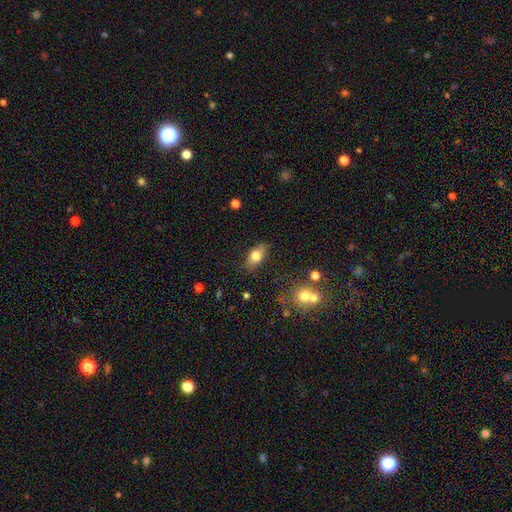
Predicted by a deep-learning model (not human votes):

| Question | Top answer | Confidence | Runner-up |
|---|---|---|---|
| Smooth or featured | smooth | 70% | featured or disk (22%) |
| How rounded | in between | 84% | cigar-shaped (10%) |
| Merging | none | 82% | minor disturbance (13%) |